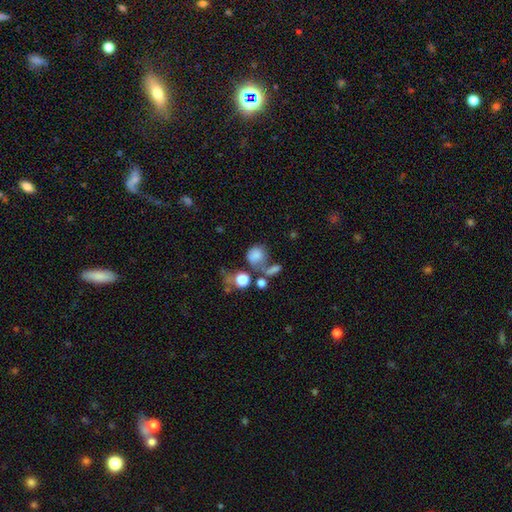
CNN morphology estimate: Overall: smooth (74%). How rounded: round (70%). Merging: merger (31%, tied with none).